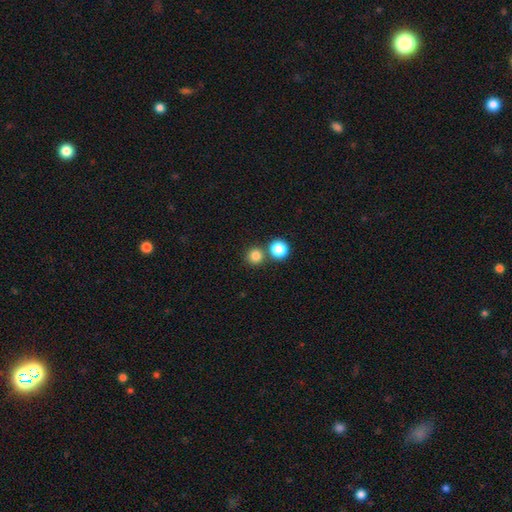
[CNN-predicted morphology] A smooth galaxy with no disk features (82%) that is round (93%). Merging: none (72%).